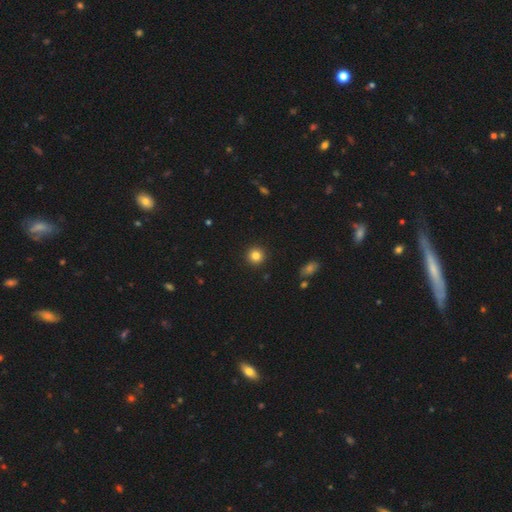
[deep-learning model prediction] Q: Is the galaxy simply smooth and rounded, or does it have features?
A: smooth — 84%.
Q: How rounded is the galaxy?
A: round — 94%.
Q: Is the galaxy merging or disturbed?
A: none — 93%.